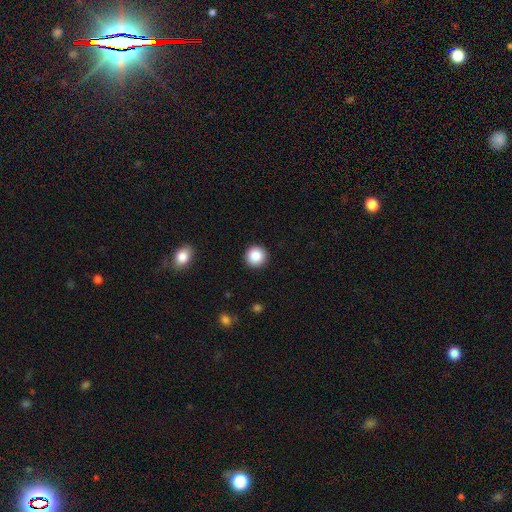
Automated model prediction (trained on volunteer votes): Smooth or featured? Predicted: smooth (p=0.87). How rounded? Predicted: round (p=0.96). Merging? Predicted: none (p=0.93).